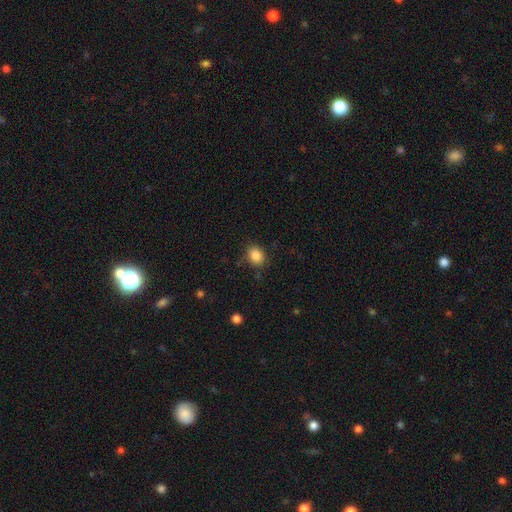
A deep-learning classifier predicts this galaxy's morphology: The model was most divided on "how rounded": round: 50%, in between: 49%, cigar-shaped: 1%. More confident: smooth or featured — smooth (86%); merging — none (83%).